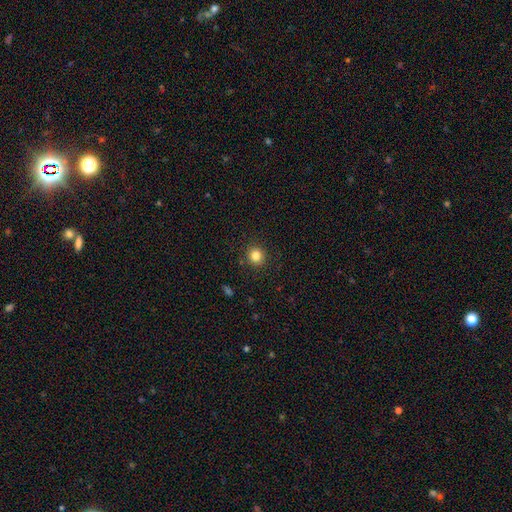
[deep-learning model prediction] A smooth galaxy with no disk features (83%) that is round (90%).

Vote fractions:
- Smooth or featured? smooth: 83% / star or artifact: 12% / featured or disk: 5%
- How rounded? round: 90% / in between: 9% / cigar-shaped: 1%
- Merging? none: 90% / minor disturbance: 6% / major disturbance: 2% / merger: 1%